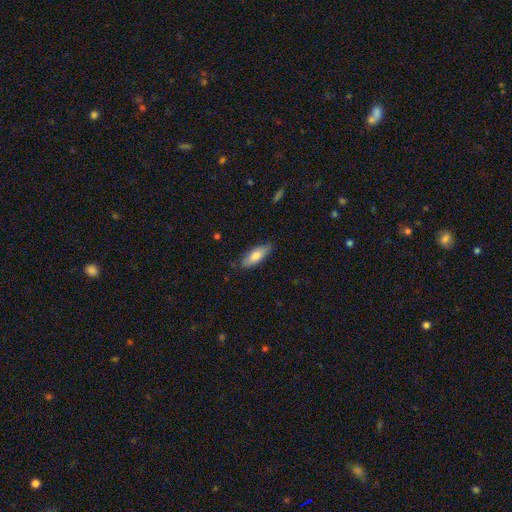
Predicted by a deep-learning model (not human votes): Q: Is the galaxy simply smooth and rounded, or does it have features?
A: smooth — 76%.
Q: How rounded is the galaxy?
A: in between — 65%.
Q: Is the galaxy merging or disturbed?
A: none — 83%.